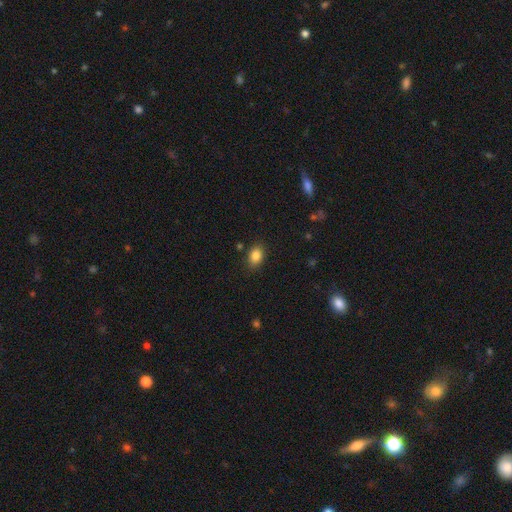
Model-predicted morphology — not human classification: A smooth galaxy with no disk features (84%) that is in between round and cigar-shaped (76%). Merging: none (86%).